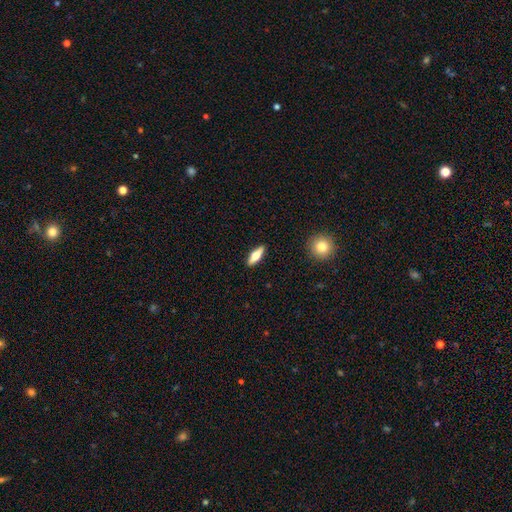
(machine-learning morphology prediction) This is possibly a featured or disk galaxy (48%). Merging: clearly none (90%).